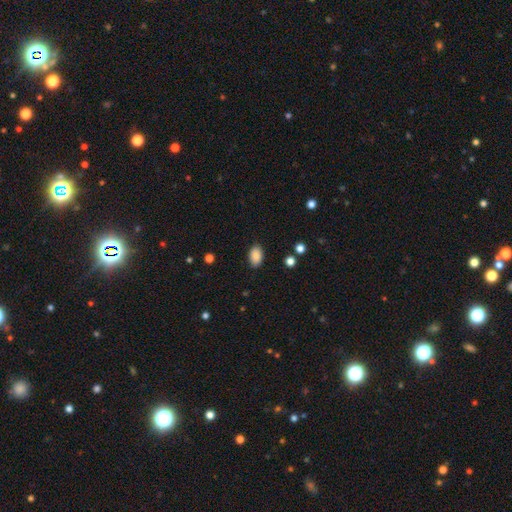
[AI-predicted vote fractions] The model was most divided on "merging": none: 87%, minor disturbance: 9%, major disturbance: 2%, merger: 1%. More confident: how rounded — in between (90%); smooth or featured — smooth (88%).